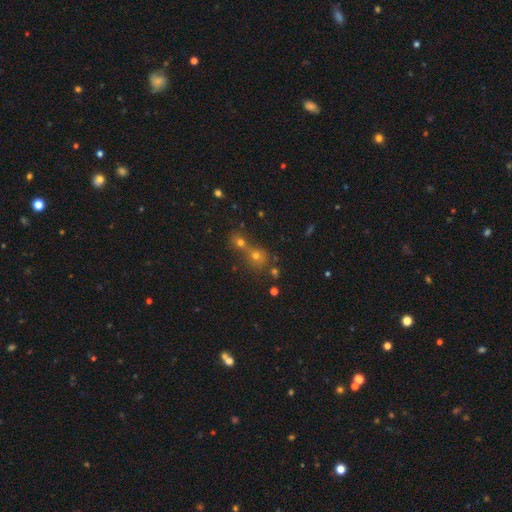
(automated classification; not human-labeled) Smooth or featured? smooth (51%)
How rounded? round (81%)
Merging? none (52%)